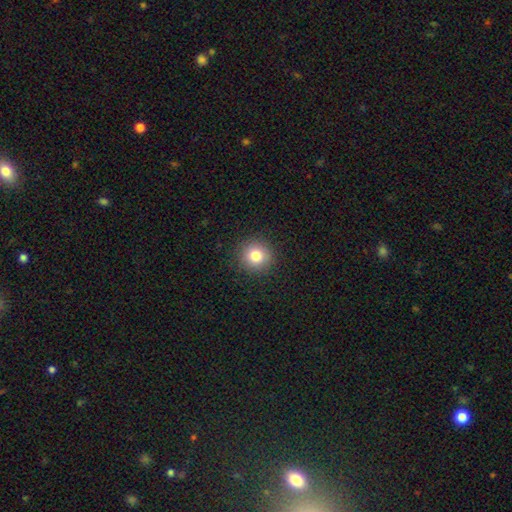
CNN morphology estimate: Q: Smooth or featured?
A: smooth (81%); runner-up: star or artifact (12%)
Q: How rounded?
A: round (93%); runner-up: in between (6%)
Q: Merging?
A: none (91%); runner-up: minor disturbance (6%)